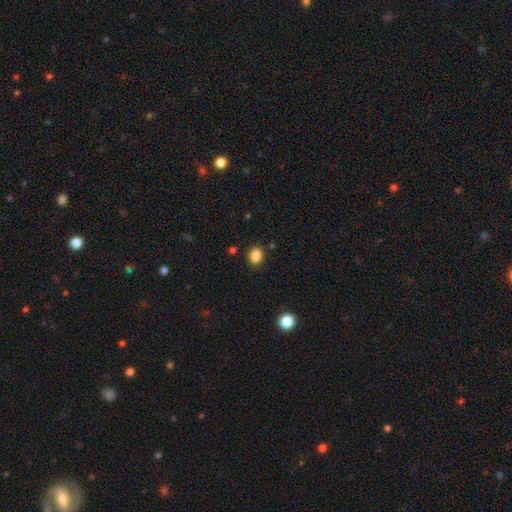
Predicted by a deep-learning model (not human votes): Smooth or featured: smooth — 86% (star or artifact — 10%)
How rounded: in between — 58% (round — 42%)
Merging: none — 86% (minor disturbance — 9%)